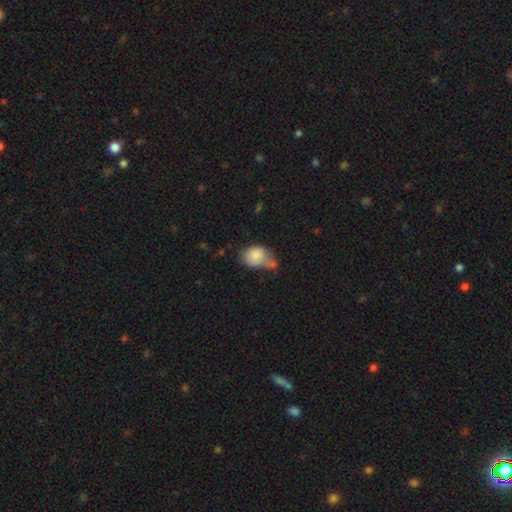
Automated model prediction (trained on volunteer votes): Smooth or featured?
  - smooth: 83% *
  - featured or disk: 9%
  - star or artifact: 8%
How rounded?
  - in between: 61% *
  - round: 38%
  - cigar-shaped: 1%
Merging?
  - none: 31% *
  - merger: 29%
  - minor disturbance: 27%
  - major disturbance: 13%